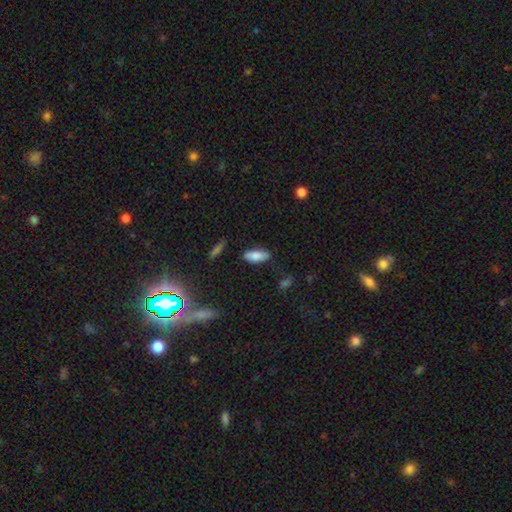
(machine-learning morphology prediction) Smooth or featured? Predicted: smooth (p=0.79). How rounded? Predicted: in between (p=0.77). Merging? Predicted: none (p=0.80).